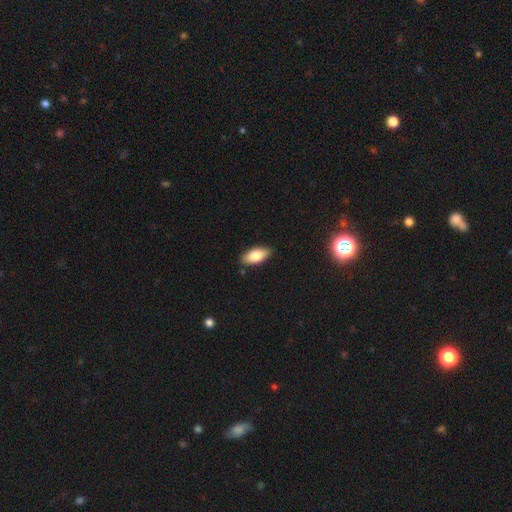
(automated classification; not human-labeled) This appears to be a smooth galaxy with no disk features (78%) that is in between round and cigar-shaped (88%). Merging: none (86%).